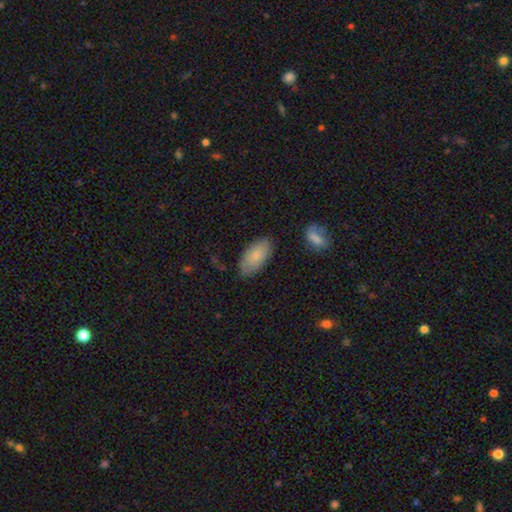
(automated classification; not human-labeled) A smooth galaxy with no disk features (80%) that is in between round and cigar-shaped (94%). Merging: none (78%).